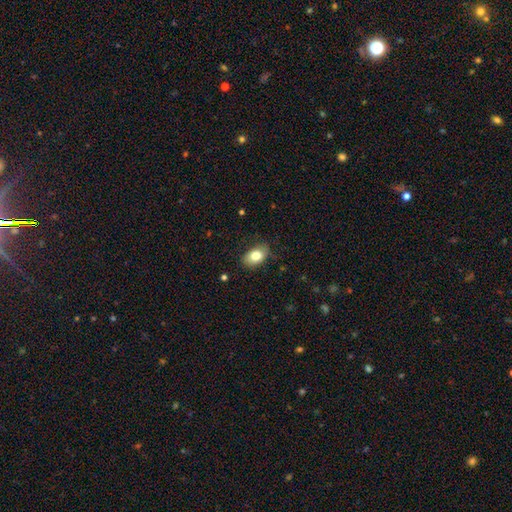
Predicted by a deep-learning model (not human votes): The model was most divided on "merging": none: 79%, minor disturbance: 17%, major disturbance: 3%, merger: 1%. More confident: how rounded — in between (86%); smooth or featured — smooth (82%).